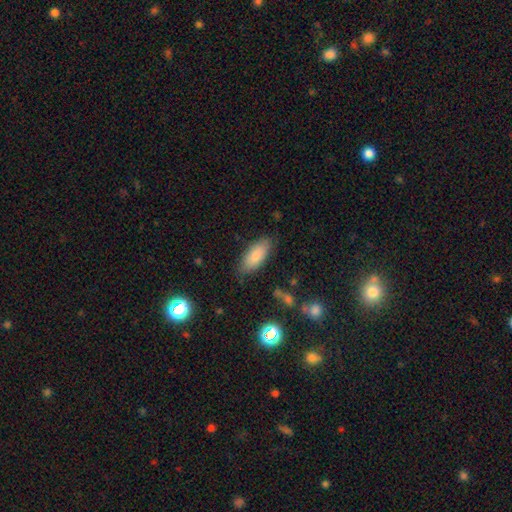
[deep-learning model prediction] The model was most divided on "merging": none: 79%, minor disturbance: 16%, major disturbance: 3%, merger: 2%. More confident: how rounded — in between (82%); smooth or featured — smooth (82%).